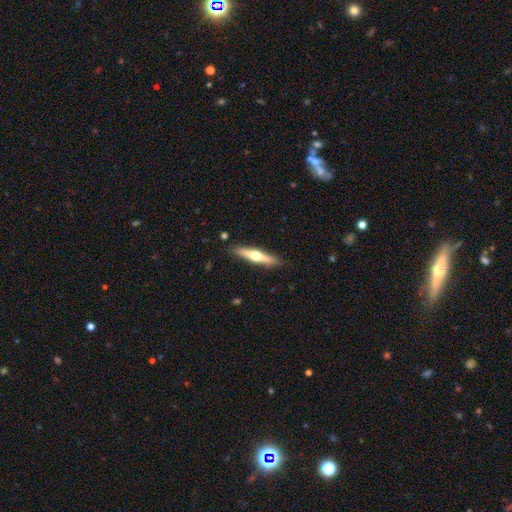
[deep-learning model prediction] Smooth or featured? featured or disk (60%)
Edge-on disk? yes (95%)
Edge-on bulge? rounded (94%)
Merging? none (88%)